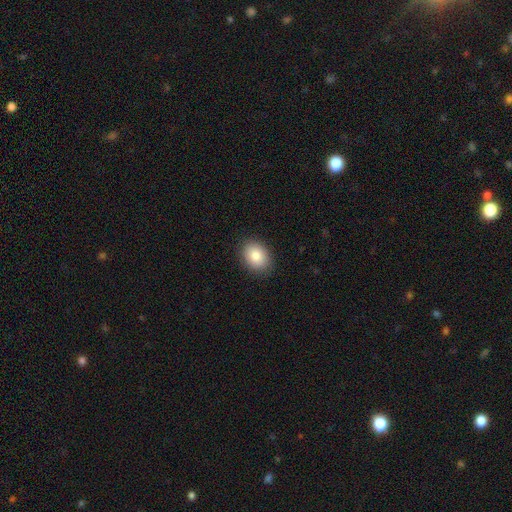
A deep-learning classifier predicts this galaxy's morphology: A smooth galaxy with no disk features (86%) that is in between round and cigar-shaped (65%).

Vote fractions:
- Smooth or featured? smooth: 86% / star or artifact: 8% / featured or disk: 6%
- How rounded? in between: 65% / round: 34% / cigar-shaped: 1%
- Merging? none: 89% / minor disturbance: 8% / major disturbance: 2% / merger: 1%